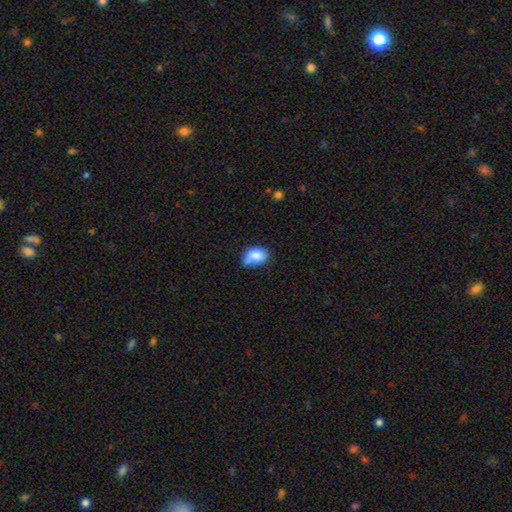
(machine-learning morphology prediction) smooth 82%, featured or disk 10%, star or artifact 9%. Down the decision tree: how rounded — in between (75%); merging — none (38%).